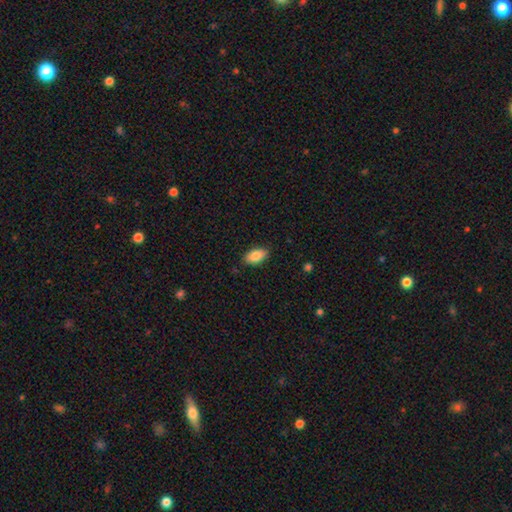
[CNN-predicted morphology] Smooth or featured: smooth — 86% (star or artifact — 7%)
How rounded: in between — 92% (cigar-shaped — 4%)
Merging: none — 85% (minor disturbance — 11%)